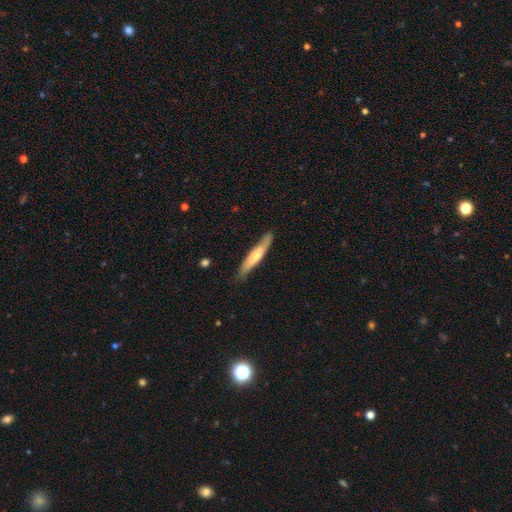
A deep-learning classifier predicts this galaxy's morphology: type=smooth (56%); roundness=cigar-shaped (89%); merging=none (81%).